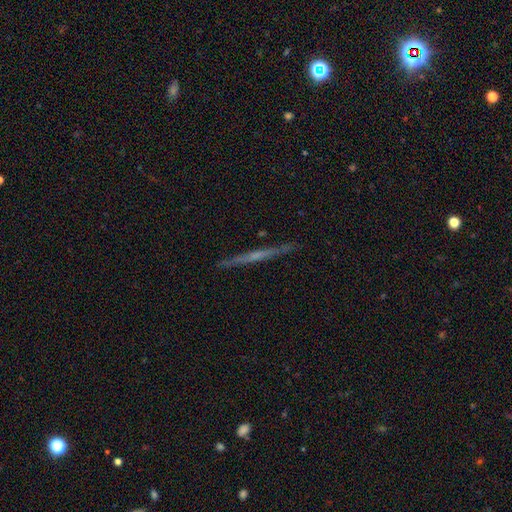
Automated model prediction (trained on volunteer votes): Smooth or featured? featured or disk (67%)
Edge-on disk? yes (98%)
Edge-on bulge? none (66%)
Merging? none (90%)